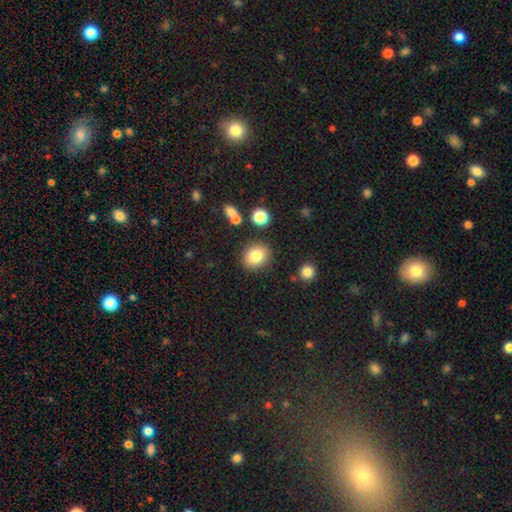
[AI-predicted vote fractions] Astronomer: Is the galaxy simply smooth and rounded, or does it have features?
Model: smooth — 82%.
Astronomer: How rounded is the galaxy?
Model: round — 63%.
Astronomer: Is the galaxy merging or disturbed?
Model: none — 84%.